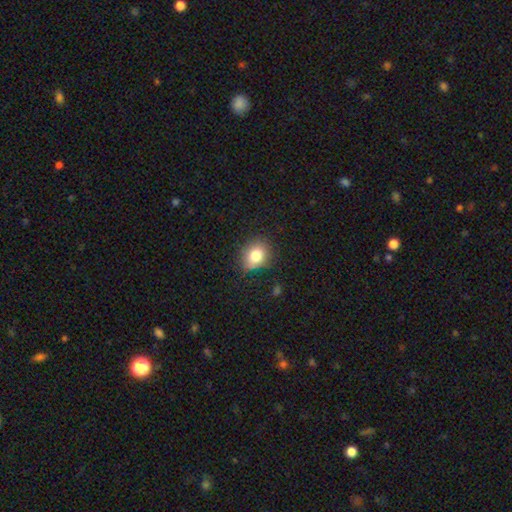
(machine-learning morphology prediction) smooth-or-featured: smooth: 81% | star or artifact: 10% | featured or disk: 9%
  how-rounded: round: 56% | in between: 43% | cigar-shaped: 1%
  merging: none: 76% | minor disturbance: 18% | major disturbance: 4% | merger: 2%